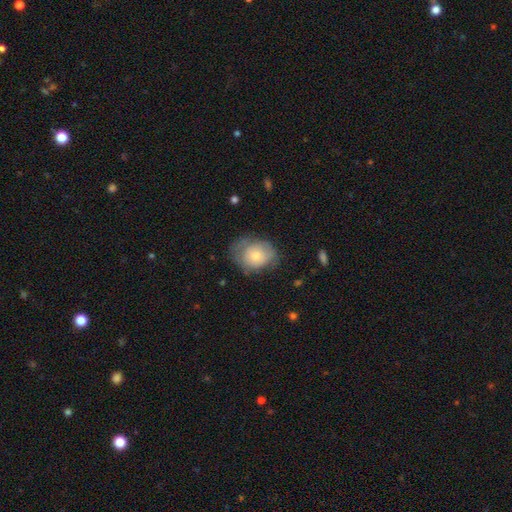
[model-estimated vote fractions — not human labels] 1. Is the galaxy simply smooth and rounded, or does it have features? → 67% smooth, 26% featured or disk, 7% star or artifact.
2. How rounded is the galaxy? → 52% in between, 47% round, 1% cigar-shaped.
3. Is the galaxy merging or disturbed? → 52% none, 31% minor disturbance, 15% major disturbance, 2% merger.